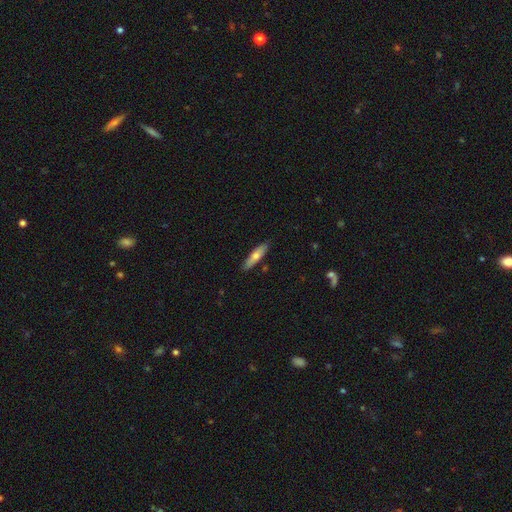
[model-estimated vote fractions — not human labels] Overall: smooth (63%; featured or disk 31%). How rounded: cigar-shaped (74%). Merging: none (87%).